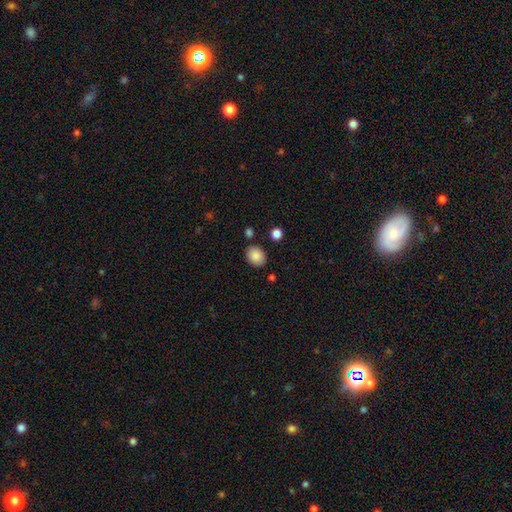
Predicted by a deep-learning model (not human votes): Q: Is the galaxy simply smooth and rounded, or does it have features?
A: smooth — 87%.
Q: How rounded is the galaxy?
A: in between — 53%.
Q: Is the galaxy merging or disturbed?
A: none — 83%.